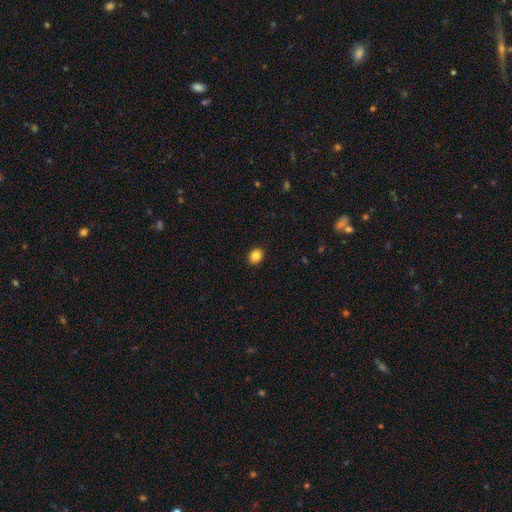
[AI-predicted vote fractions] smooth_or_featured: smooth (p=0.85) [alt: star or artifact p=0.10]
how_rounded: round (p=0.55) [alt: in between p=0.44]
merging: none (p=0.90) [alt: minor disturbance p=0.07]